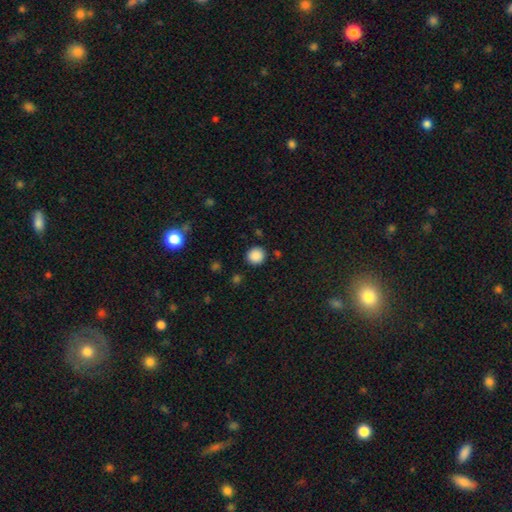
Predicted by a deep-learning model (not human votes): This is clearly a smooth galaxy (87%). How rounded: clearly round (90%). Merging: clearly none (88%).